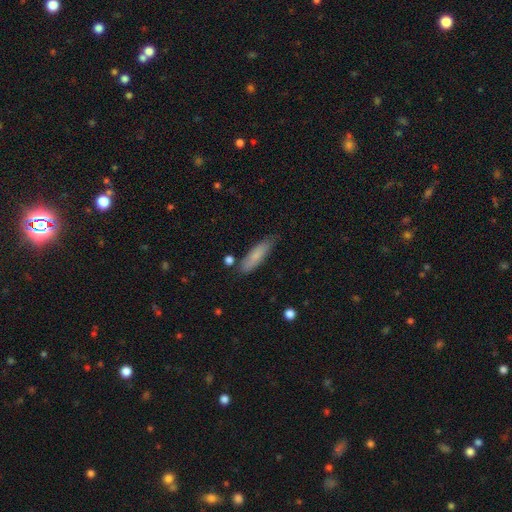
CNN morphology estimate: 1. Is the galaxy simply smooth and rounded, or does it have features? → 80% smooth, 13% featured or disk, 6% star or artifact.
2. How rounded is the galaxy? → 67% cigar-shaped, 32% in between, 2% round.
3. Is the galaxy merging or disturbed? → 76% none, 17% minor disturbance, 3% merger, 3% major disturbance.